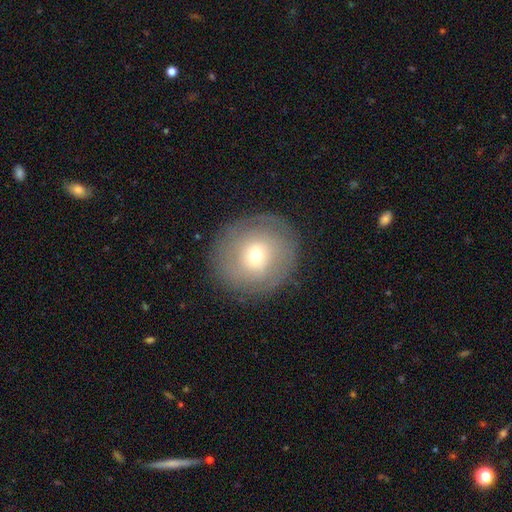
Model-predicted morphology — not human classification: The model was most divided on "smooth or featured": smooth: 48%, featured or disk: 42%, star or artifact: 10%. More confident: merging — none (86%).